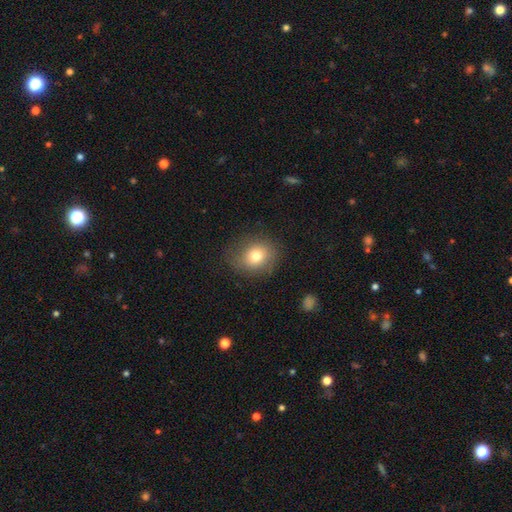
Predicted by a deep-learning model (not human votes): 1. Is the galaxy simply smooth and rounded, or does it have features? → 75% smooth, 13% featured or disk, 11% star or artifact.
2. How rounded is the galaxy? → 66% round, 34% in between, 1% cigar-shaped.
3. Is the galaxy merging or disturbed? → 79% none, 14% minor disturbance, 6% major disturbance, 1% merger.